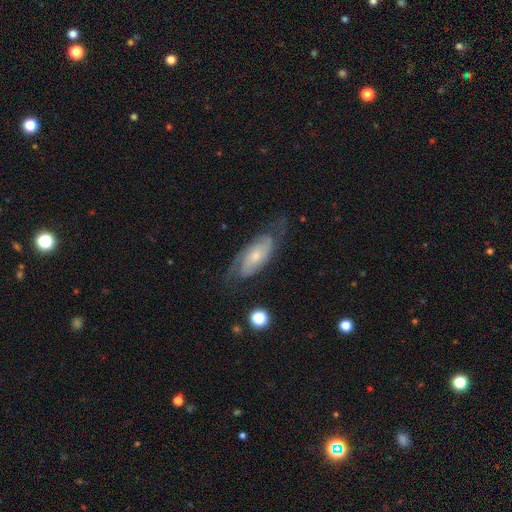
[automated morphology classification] This appears to be a featured or disk galaxy (75%) with no bar (67%), 2 (70%) tight (45%) spiral arms (92%) and a small central bulge (62%). Merging: none (64%).